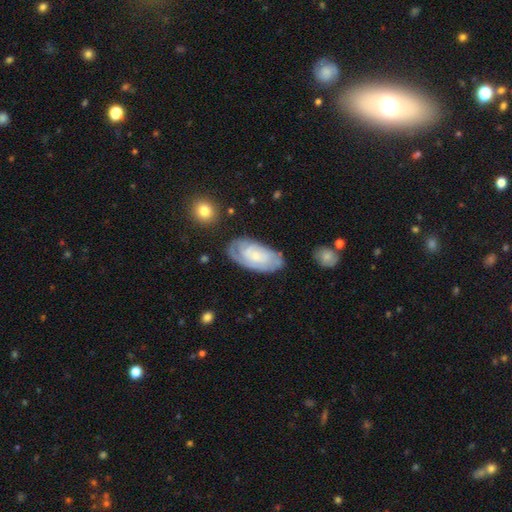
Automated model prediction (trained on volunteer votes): A featured or disk galaxy (65%) with no bar (71%), tight (70%) spiral arms (87%) and a small central bulge (58%). Merging: none (70%).